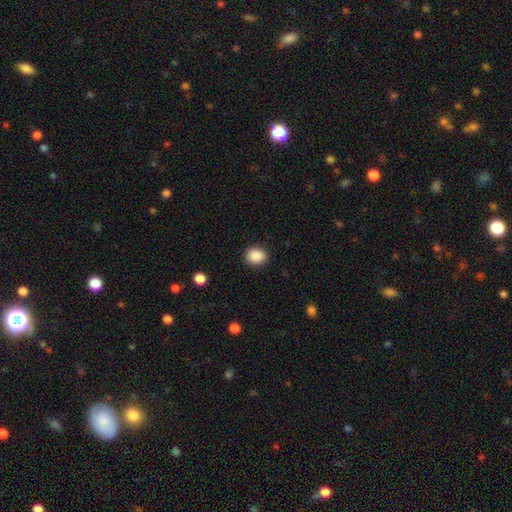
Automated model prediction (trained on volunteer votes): Overall: smooth (89%). How rounded: round (56%; in between 43%). Merging: none (89%).